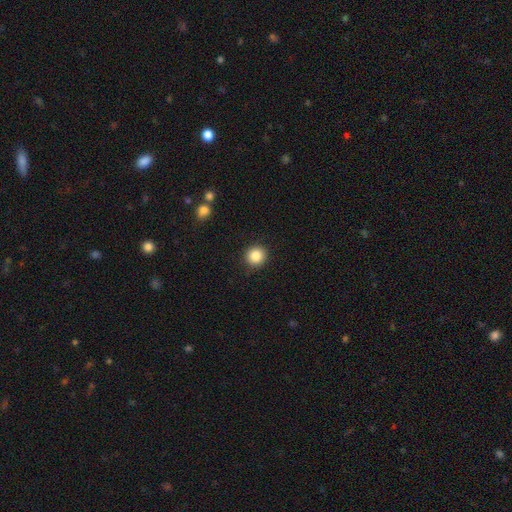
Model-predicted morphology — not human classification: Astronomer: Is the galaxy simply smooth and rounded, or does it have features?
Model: smooth — 86%.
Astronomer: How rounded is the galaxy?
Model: round — 93%.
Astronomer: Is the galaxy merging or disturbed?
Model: none — 92%.